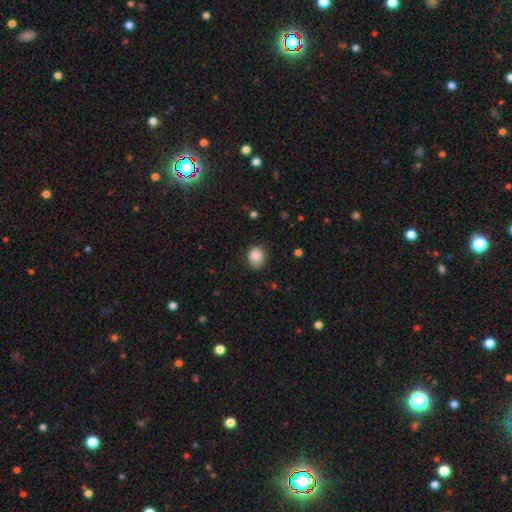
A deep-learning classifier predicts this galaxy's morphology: Q: Smooth or featured?
A: smooth (84%); runner-up: star or artifact (9%)
Q: How rounded?
A: round (60%); runner-up: in between (39%)
Q: Merging?
A: none (72%); runner-up: minor disturbance (22%)